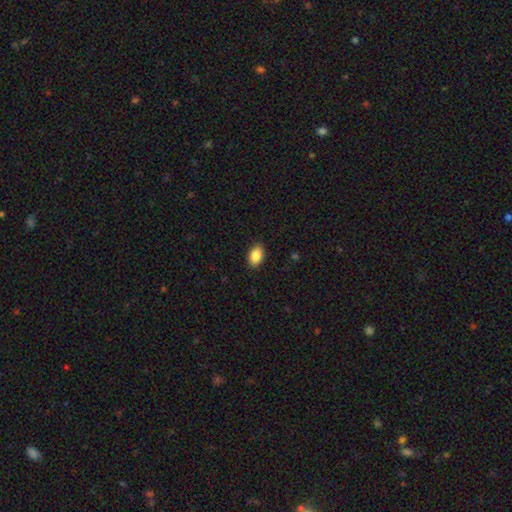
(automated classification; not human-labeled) A smooth galaxy with no disk features (87%) that is in between round and cigar-shaped (89%).

Vote fractions:
- Smooth or featured? smooth: 87% / star or artifact: 7% / featured or disk: 5%
- How rounded? in between: 89% / round: 9% / cigar-shaped: 1%
- Merging? none: 88% / minor disturbance: 9% / major disturbance: 2% / merger: 1%